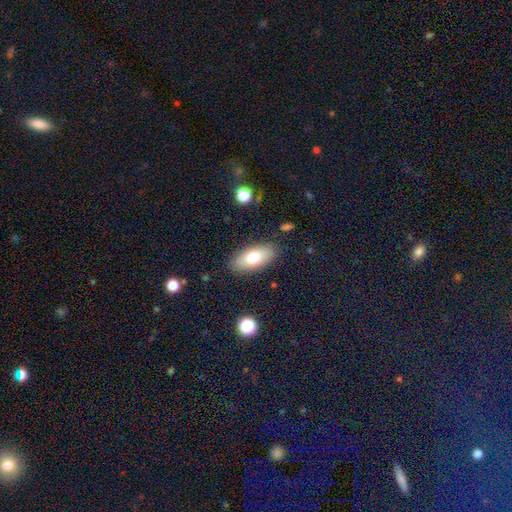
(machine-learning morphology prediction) Smooth or featured?
  - smooth: 69% *
  - featured or disk: 18%
  - star or artifact: 12%
How rounded?
  - in between: 84% *
  - cigar-shaped: 11%
  - round: 5%
Merging?
  - none: 89% *
  - minor disturbance: 7%
  - major disturbance: 2%
  - merger: 1%